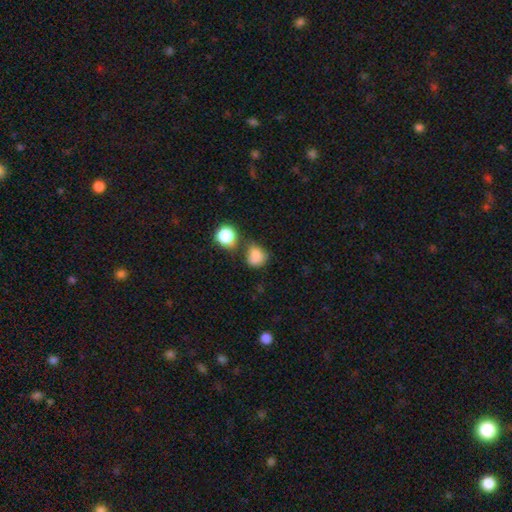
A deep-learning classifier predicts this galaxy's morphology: Smooth or featured?
  - smooth: 81% *
  - star or artifact: 12%
  - featured or disk: 7%
How rounded?
  - round: 67% *
  - in between: 32%
  - cigar-shaped: 1%
Merging?
  - none: 47% *
  - minor disturbance: 23%
  - merger: 20%
  - major disturbance: 10%